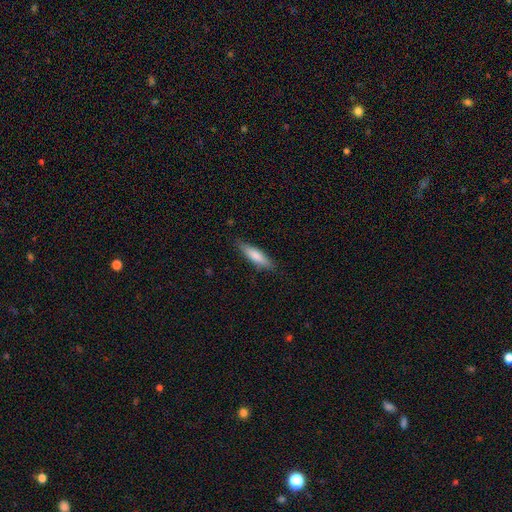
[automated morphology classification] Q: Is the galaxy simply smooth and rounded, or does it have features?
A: smooth — 77%.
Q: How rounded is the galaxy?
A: cigar-shaped — 70%.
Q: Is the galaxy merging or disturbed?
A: none — 84%.